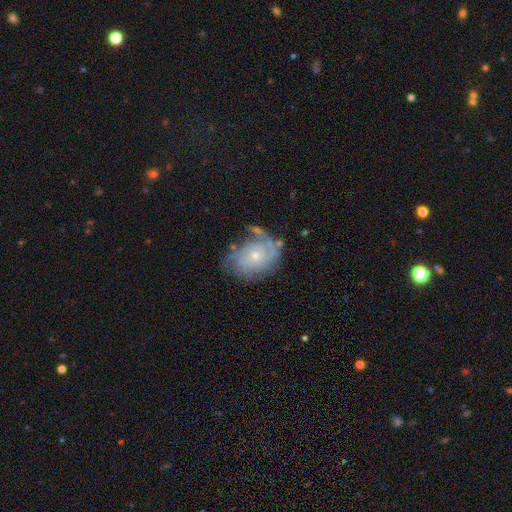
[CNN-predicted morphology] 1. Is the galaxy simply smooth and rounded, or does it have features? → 78% featured or disk, 15% smooth, 7% star or artifact.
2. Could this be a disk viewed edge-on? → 97% no, 3% yes.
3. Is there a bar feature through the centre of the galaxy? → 78% no, 19% weak, 3% strong.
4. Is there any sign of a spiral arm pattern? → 90% yes, 10% no.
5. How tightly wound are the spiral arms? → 56% tight, 30% medium, 14% loose.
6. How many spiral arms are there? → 41% can't tell, 20% 2, 16% 3, 9% 1, 8% 4, 6% more than 4.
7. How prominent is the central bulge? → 62% small, 33% moderate, 2% none, 2% large, 1% dominant.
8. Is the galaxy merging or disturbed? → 54% none, 24% minor disturbance, 17% major disturbance, 5% merger.